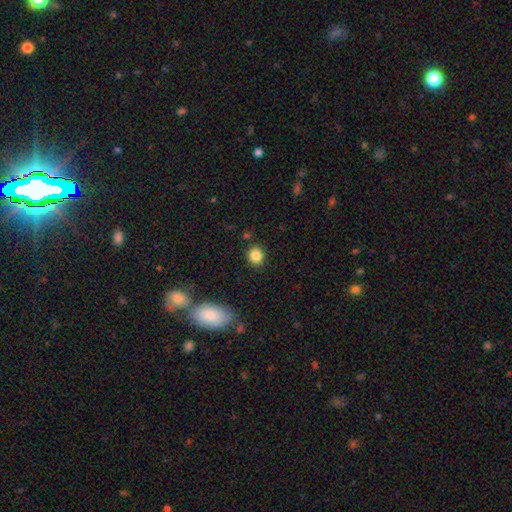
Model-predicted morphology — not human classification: Overall: smooth (85%). How rounded: round (78%). Merging: none (87%).